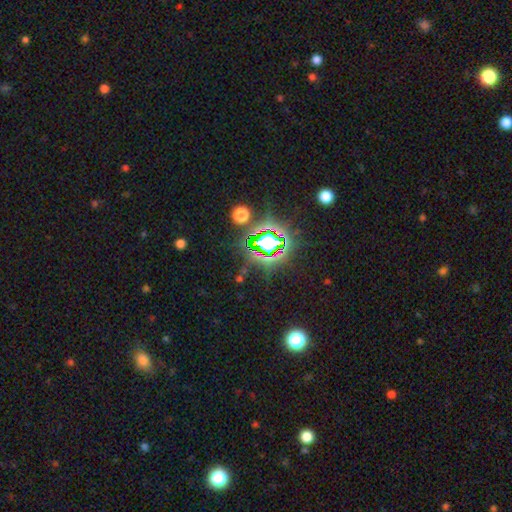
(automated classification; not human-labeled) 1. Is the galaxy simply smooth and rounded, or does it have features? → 78% star or artifact, 13% smooth, 9% featured or disk.